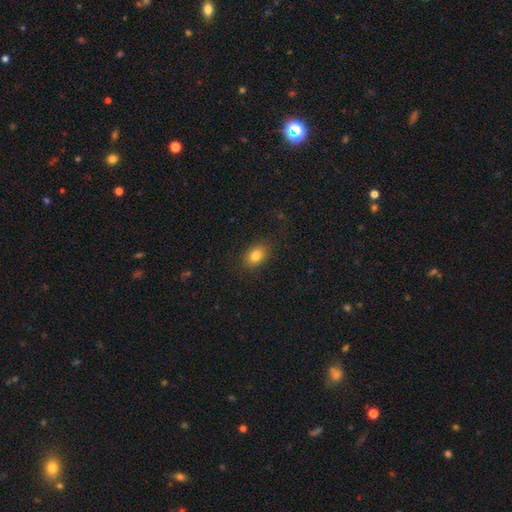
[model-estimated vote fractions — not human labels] smooth-or-featured: smooth: 82% | star or artifact: 10% | featured or disk: 8%
  how-rounded: in between: 72% | round: 26% | cigar-shaped: 1%
  merging: none: 86% | minor disturbance: 10% | major disturbance: 3% | merger: 1%